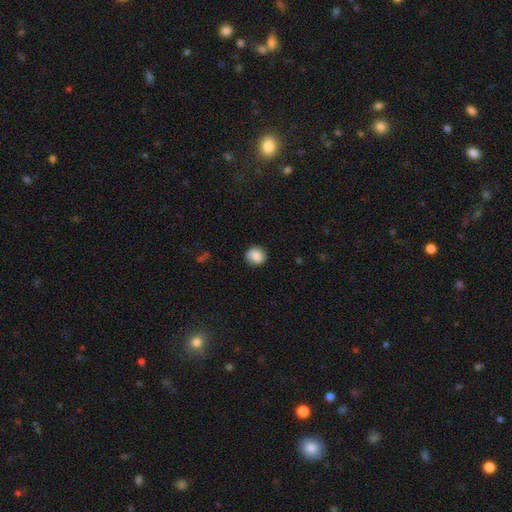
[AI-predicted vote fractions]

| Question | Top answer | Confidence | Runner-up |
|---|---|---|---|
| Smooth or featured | smooth | 79% | featured or disk (12%) |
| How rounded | round | 82% | in between (17%) |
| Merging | none | 76% | minor disturbance (17%) |